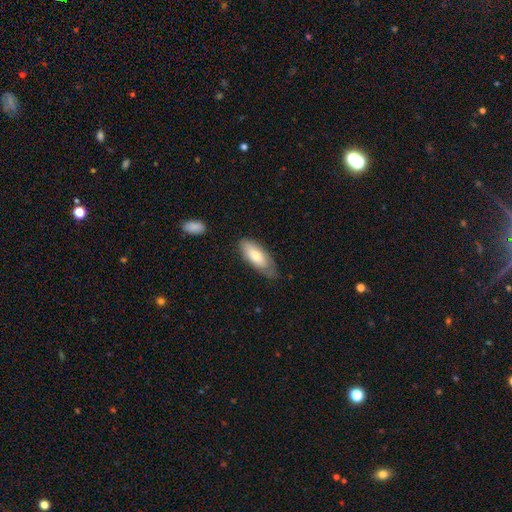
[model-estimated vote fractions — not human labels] A smooth galaxy with no disk features (71%) that is in between round and cigar-shaped (79%). Merging: none (66%).